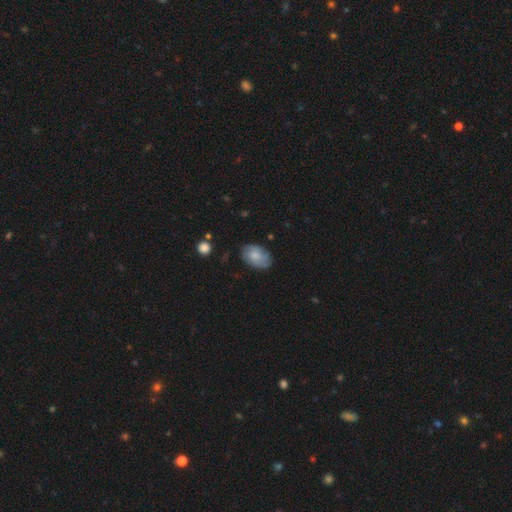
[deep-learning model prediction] A smooth galaxy with no disk features (65%) that is in between round and cigar-shaped (85%). Merging: none (70%).